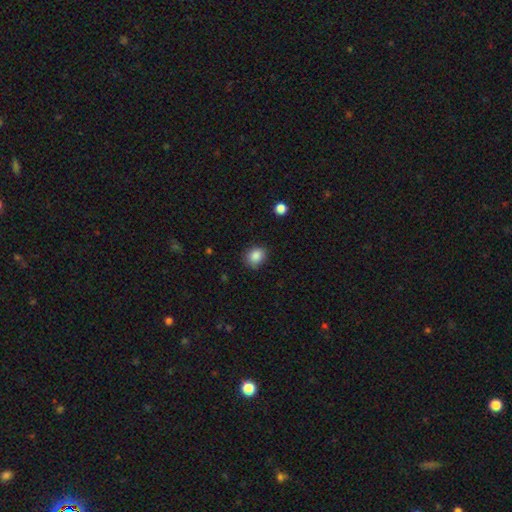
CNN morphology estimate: A smooth galaxy with no disk features (86%) that is round (67%). Merging: none (77%).